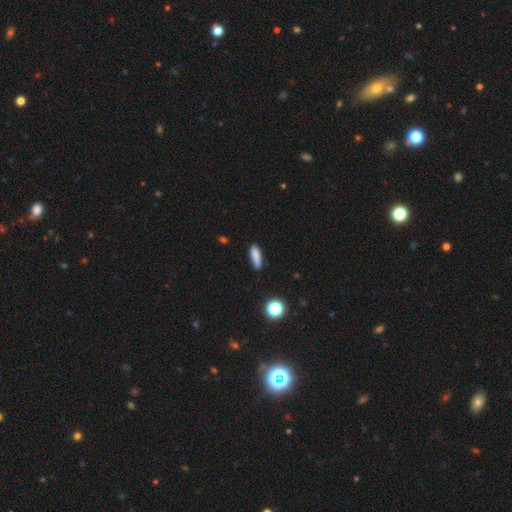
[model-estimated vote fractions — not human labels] Smooth or featured?
  - smooth: 83% *
  - star or artifact: 9%
  - featured or disk: 8%
How rounded?
  - cigar-shaped: 64% *
  - in between: 33%
  - round: 3%
Merging?
  - none: 77% *
  - minor disturbance: 18%
  - major disturbance: 3%
  - merger: 2%